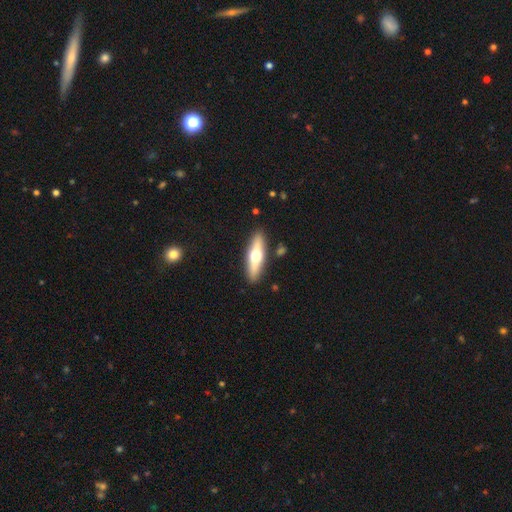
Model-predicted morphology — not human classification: Overall: featured or disk (52%; smooth 42%). Edge-on disk: yes (89%). Merging: none (88%).